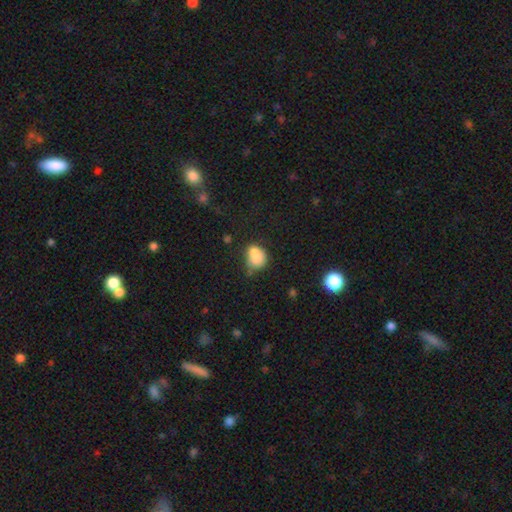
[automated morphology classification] Q: Smooth or featured?
A: smooth (73%); runner-up: featured or disk (16%)
Q: How rounded?
A: round (49%); tied with: in between (49%)
Q: Merging?
A: merger (46%); runner-up: none (30%)